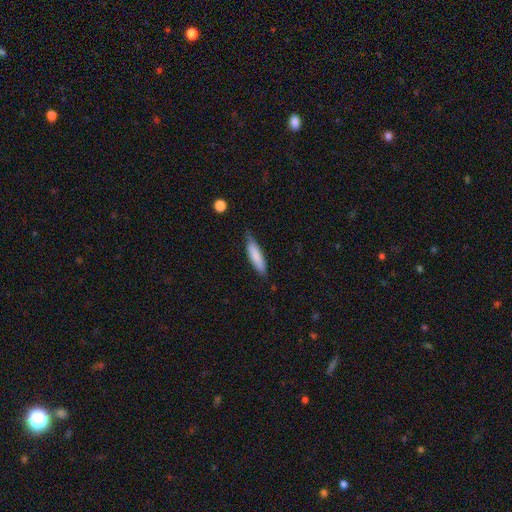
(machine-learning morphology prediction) A smooth galaxy with no disk features (81%) that is cigar-shaped (65%). Merging: none (71%).